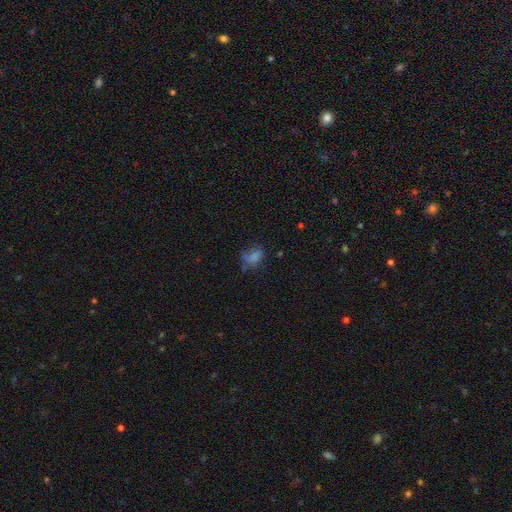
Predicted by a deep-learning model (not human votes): Q: Smooth or featured?
A: smooth (65%); runner-up: featured or disk (18%)
Q: How rounded?
A: in between (76%); runner-up: round (22%)
Q: Merging?
A: none (39%); runner-up: major disturbance (28%)